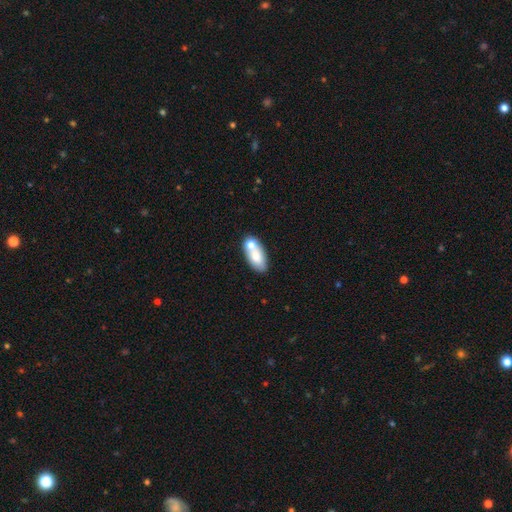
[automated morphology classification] A smooth galaxy with no disk features (70%) that is in between round and cigar-shaped (87%).

Vote fractions:
- Smooth or featured? smooth: 70% / featured or disk: 23% / star or artifact: 7%
- How rounded? in between: 87% / cigar-shaped: 8% / round: 5%
- Merging? none: 45% / merger: 38% / minor disturbance: 13% / major disturbance: 4%